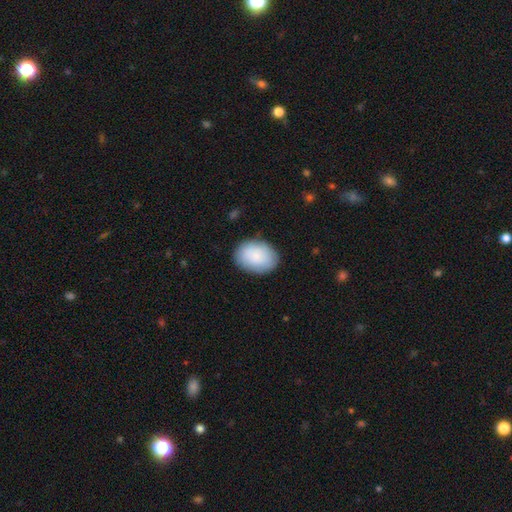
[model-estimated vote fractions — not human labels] A smooth galaxy with no disk features (82%) that is in between round and cigar-shaped (75%). Merging: none (83%).